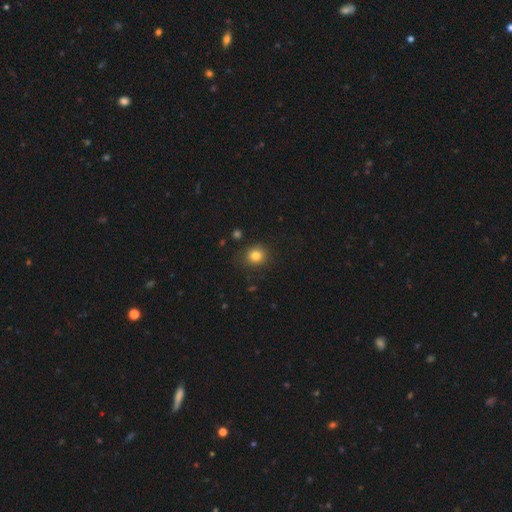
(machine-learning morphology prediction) A smooth galaxy with no disk features (81%) that is round (82%).

Vote fractions:
- Smooth or featured? smooth: 81% / star or artifact: 13% / featured or disk: 6%
- How rounded? round: 82% / in between: 17% / cigar-shaped: 1%
- Merging? none: 86% / minor disturbance: 9% / major disturbance: 3% / merger: 2%